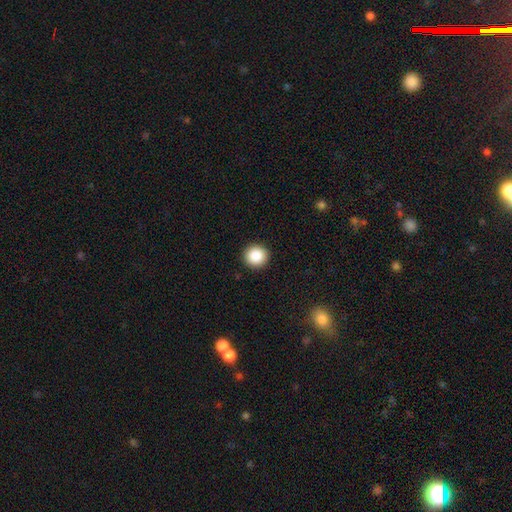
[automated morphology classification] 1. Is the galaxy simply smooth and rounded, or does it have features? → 88% smooth, 9% star or artifact, 3% featured or disk.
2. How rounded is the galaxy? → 94% round, 5% in between, 1% cigar-shaped.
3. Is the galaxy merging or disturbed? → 93% none, 5% minor disturbance, 2% major disturbance, 1% merger.